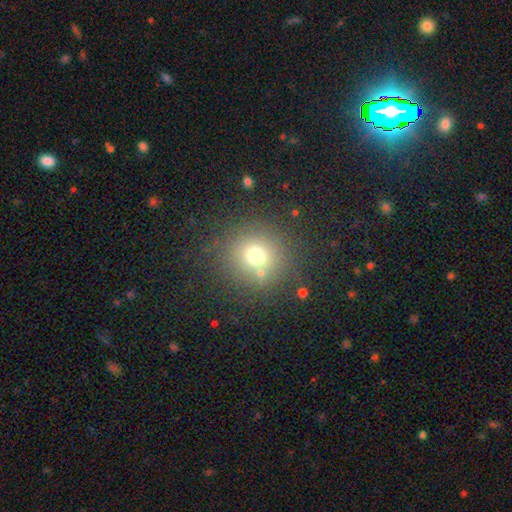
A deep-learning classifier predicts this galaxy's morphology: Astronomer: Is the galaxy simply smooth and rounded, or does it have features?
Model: smooth — 69%.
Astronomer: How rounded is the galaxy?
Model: round — 92%.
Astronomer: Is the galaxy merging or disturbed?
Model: none — 80%.